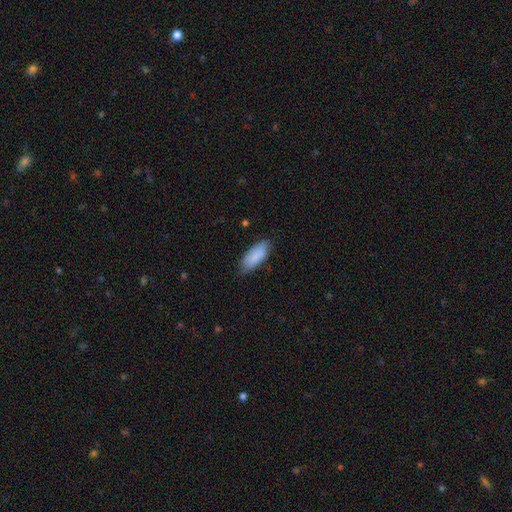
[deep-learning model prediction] smooth_or_featured: smooth (p=0.87) [alt: featured or disk p=0.07]
how_rounded: in between (p=0.78) [alt: cigar-shaped p=0.21]
merging: none (p=0.76) [alt: minor disturbance p=0.20]